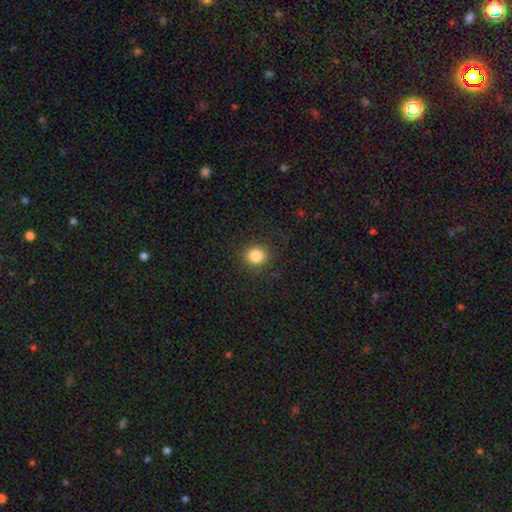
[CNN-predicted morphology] This appears to be a smooth galaxy with no disk features (84%) that is round (87%). Merging: none (88%).